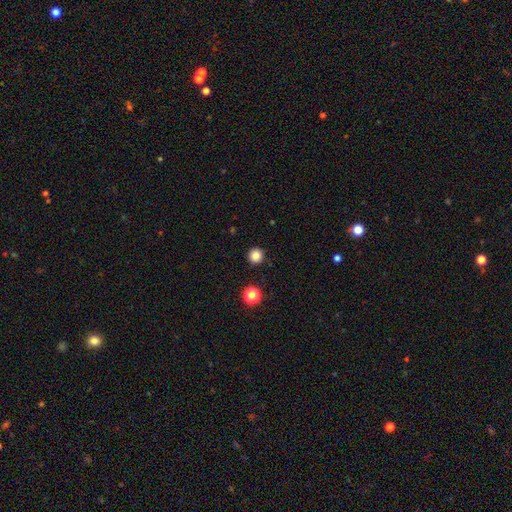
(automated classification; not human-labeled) Smooth or featured?
  - smooth: 83% *
  - star or artifact: 12%
  - featured or disk: 5%
How rounded?
  - round: 95% *
  - in between: 4%
  - cigar-shaped: 1%
Merging?
  - none: 92% *
  - minor disturbance: 5%
  - major disturbance: 2%
  - merger: 1%